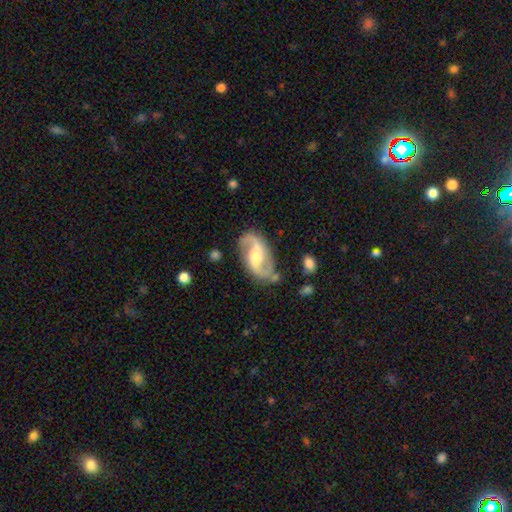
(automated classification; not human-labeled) This is clearly a featured or disk galaxy (87%). It is clearly not viewed edge-on (97%). Bar: marginally weak (44%). Spiral arm pattern: clearly yes (96%). Spiral arm count: clearly 2 (92%). Spiral winding: possibly loose (48%). Central bulge: likely moderate (63%). Merging: likely none (78%).